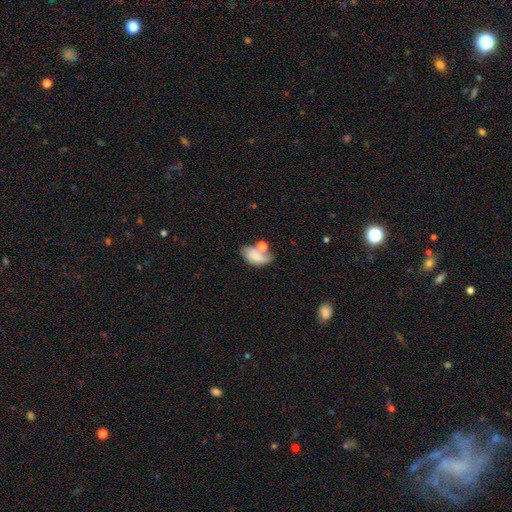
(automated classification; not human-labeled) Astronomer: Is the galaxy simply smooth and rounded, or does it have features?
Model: smooth — 63%.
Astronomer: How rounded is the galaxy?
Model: in between — 87%.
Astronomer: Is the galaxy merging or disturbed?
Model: merger — 35% (runner-up: none, 31%).